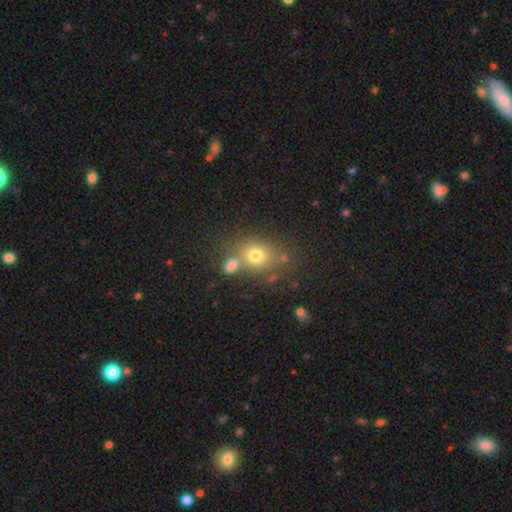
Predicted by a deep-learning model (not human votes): A smooth galaxy with no disk features (72%) that is round (58%). Merging: none (58%).